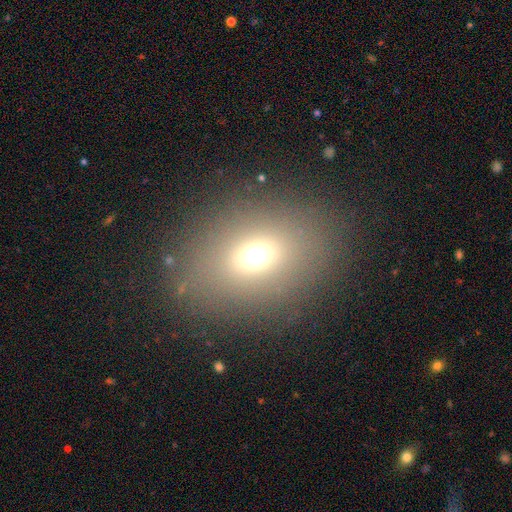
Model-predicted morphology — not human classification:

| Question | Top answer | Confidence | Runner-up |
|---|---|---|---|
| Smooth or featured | smooth | 66% | star or artifact (21%) |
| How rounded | in between | 56% | round (42%) |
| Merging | none | 84% | minor disturbance (9%) |